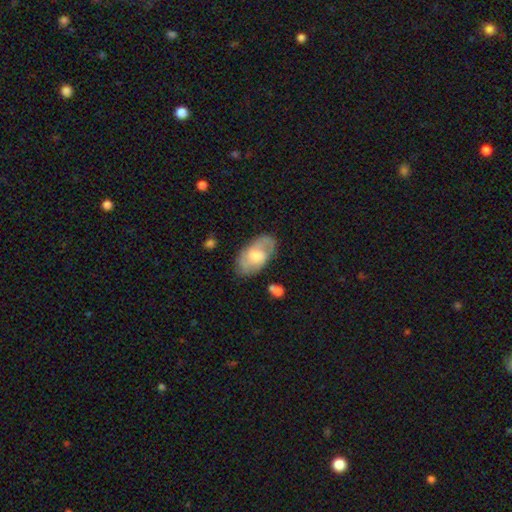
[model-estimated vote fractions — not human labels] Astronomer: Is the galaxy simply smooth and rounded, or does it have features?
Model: smooth — 49% (runner-up: featured or disk, 45%).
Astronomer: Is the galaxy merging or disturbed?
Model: none — 69%.